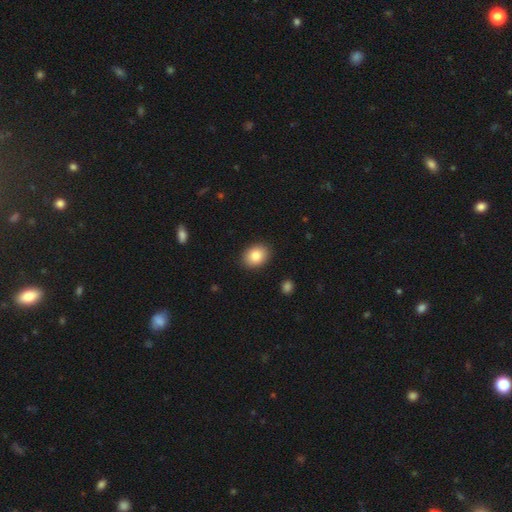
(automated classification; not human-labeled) The model was most divided on "how rounded": in between: 63%, round: 36%, cigar-shaped: 1%. More confident: merging — none (89%); smooth or featured — smooth (84%).